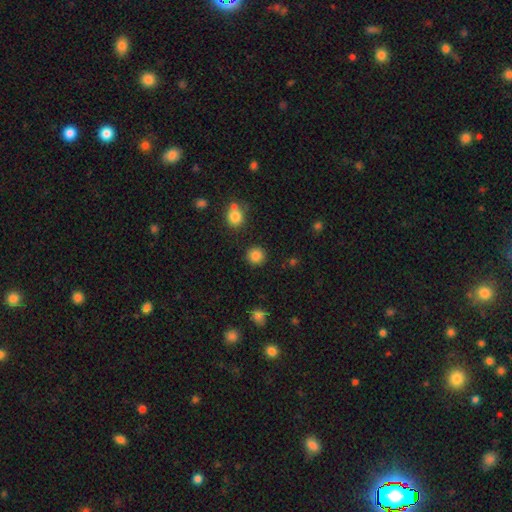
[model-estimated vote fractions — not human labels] Smooth or featured? smooth (85%)
How rounded? round (93%)
Merging? none (90%)